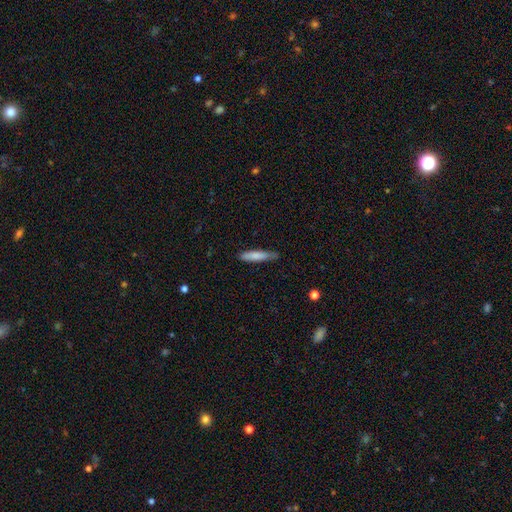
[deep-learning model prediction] This appears to be a smooth galaxy with no disk features (79%) that is cigar-shaped (87%). Merging: none (77%).